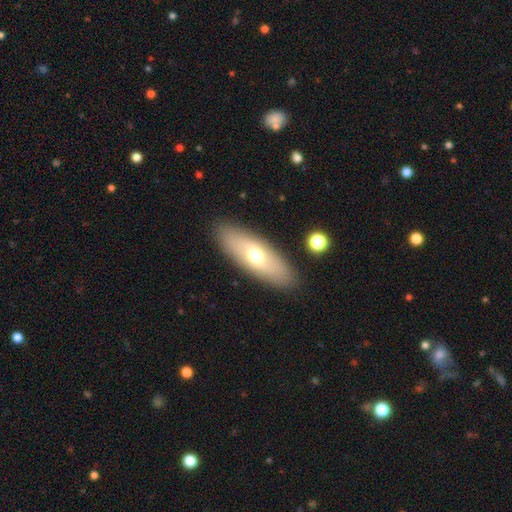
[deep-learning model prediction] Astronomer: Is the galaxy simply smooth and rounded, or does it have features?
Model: smooth — 58% (runner-up: featured or disk, 35%).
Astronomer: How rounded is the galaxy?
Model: in between — 65%.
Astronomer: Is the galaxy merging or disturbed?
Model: none — 88%.